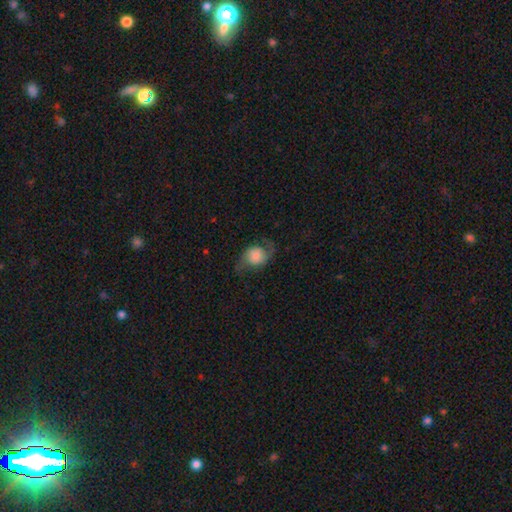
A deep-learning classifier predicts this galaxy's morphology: featured or disk 56%, smooth 36%, star or artifact 8%. Down the decision tree: edge-on disk — no (96%); bar — no (73%); spiral arms — yes (89%); bulge size — small (30%); merging — none (65%).